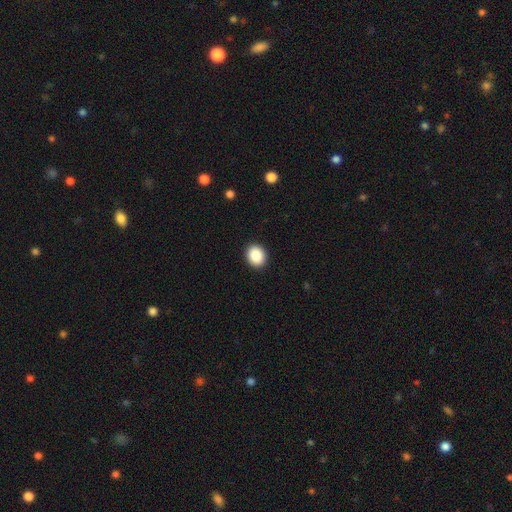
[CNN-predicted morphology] smooth_or_featured: smooth (p=0.89) [alt: star or artifact p=0.08]
how_rounded: round (p=0.61) [alt: in between p=0.38]
merging: none (p=0.92) [alt: minor disturbance p=0.06]